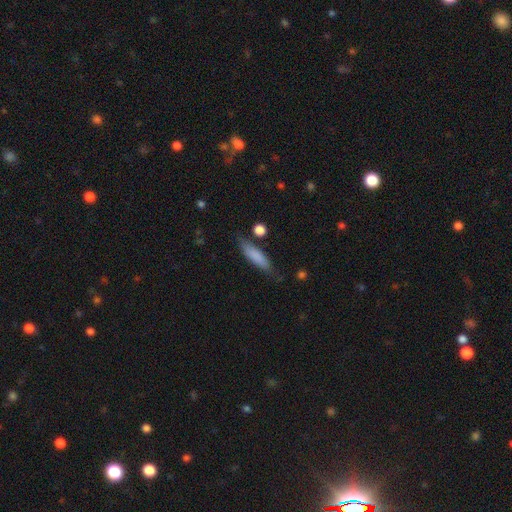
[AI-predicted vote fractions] Smooth or featured: smooth — 80% (featured or disk — 13%)
How rounded: cigar-shaped — 67% (in between — 31%)
Merging: none — 74% (minor disturbance — 17%)